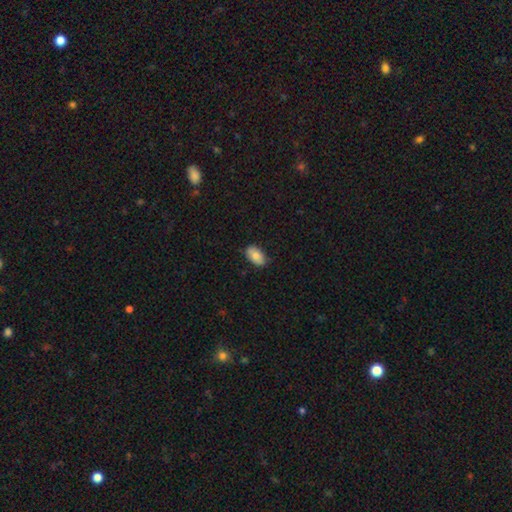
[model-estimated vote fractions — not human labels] Smooth or featured? smooth (81%)
How rounded? in between (93%)
Merging? none (83%)